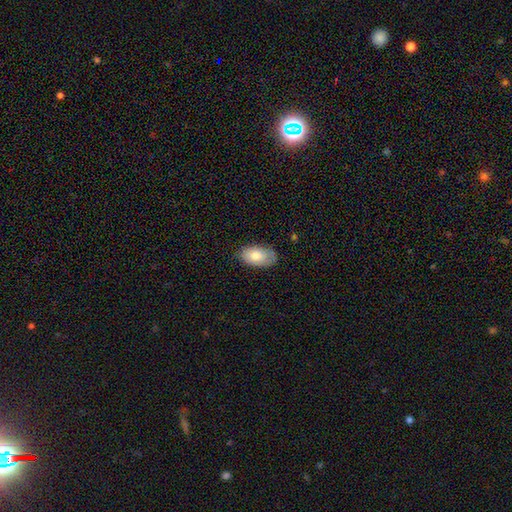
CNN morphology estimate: smooth_or_featured: smooth (p=0.78) [alt: featured or disk p=0.15]
how_rounded: in between (p=0.94) [alt: round p=0.04]
merging: none (p=0.77) [alt: minor disturbance p=0.19]